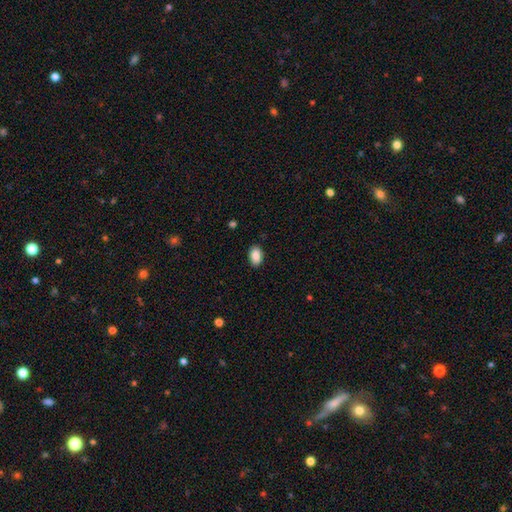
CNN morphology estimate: Smooth or featured? Predicted: smooth (p=0.89). How rounded? Predicted: in between (p=0.90). Merging? Predicted: none (p=0.87).